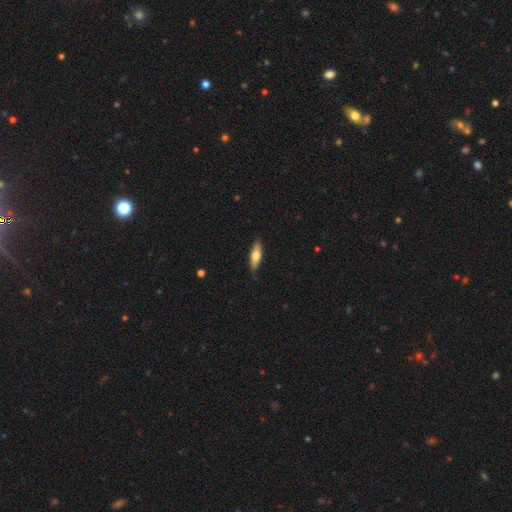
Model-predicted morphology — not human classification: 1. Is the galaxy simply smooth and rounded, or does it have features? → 61% smooth, 33% featured or disk, 5% star or artifact.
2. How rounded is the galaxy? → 60% cigar-shaped, 38% in between, 2% round.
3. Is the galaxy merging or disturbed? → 87% none, 10% minor disturbance, 2% major disturbance, 1% merger.